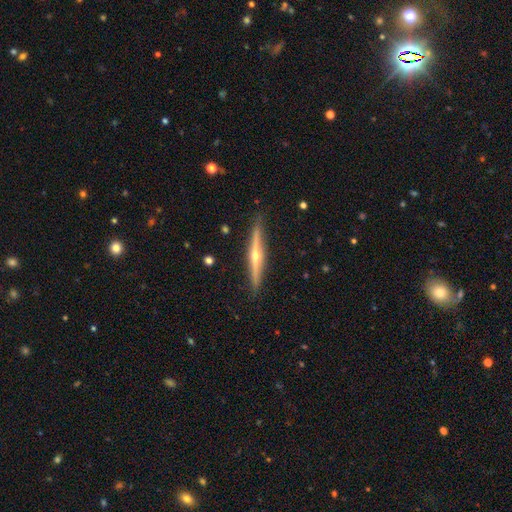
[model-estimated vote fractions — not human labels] The model was most divided on "smooth or featured": featured or disk: 76%, smooth: 18%, star or artifact: 6%. More confident: edge-on disk — yes (97%); merging — none (89%); edge-on bulge — rounded (89%).